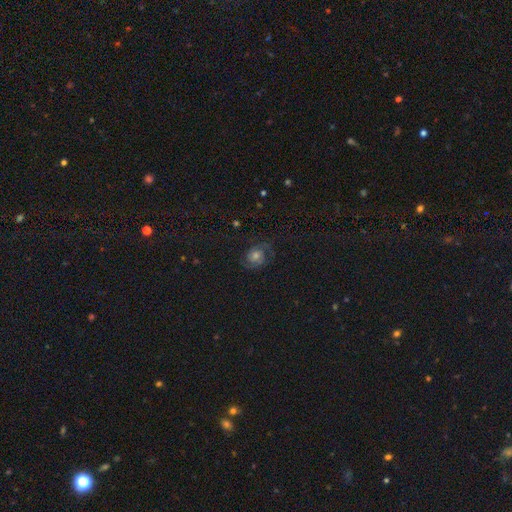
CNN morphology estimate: featured or disk 62%, smooth 20%, star or artifact 17%. Down the decision tree: edge-on disk — no (97%); bar — no (65%); spiral arms — yes (92%); spiral arm count — 2 (68%); spiral winding — medium (44%); bulge size — moderate (56%); merging — none (72%).